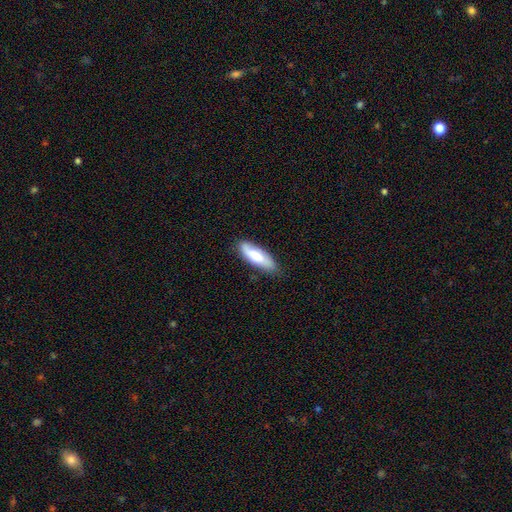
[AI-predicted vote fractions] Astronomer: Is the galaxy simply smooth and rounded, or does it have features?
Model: smooth — 72%.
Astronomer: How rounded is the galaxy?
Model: in between — 55% (runner-up: cigar-shaped, 44%).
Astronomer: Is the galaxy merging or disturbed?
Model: none — 78%.